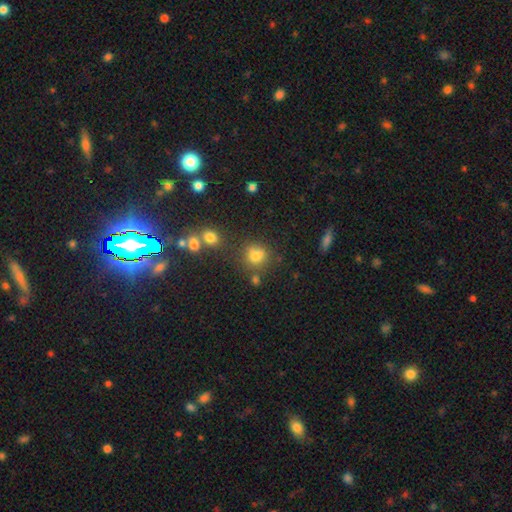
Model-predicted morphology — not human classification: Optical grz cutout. It shows a smooth galaxy with no disk features (72%) that is round (77%). Merging: none (58%).